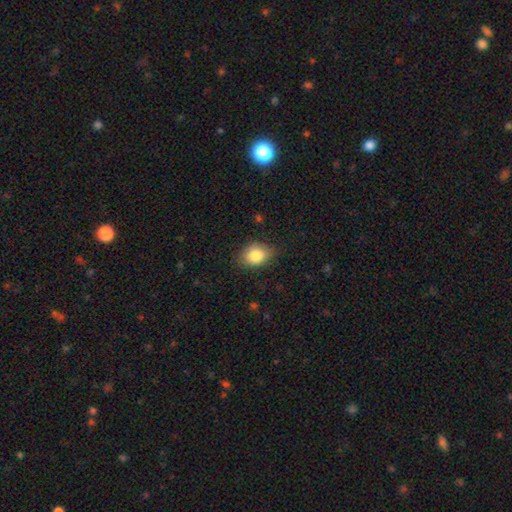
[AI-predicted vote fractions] Smooth or featured? Predicted: smooth (p=0.84). How rounded? Predicted: in between (p=0.68). Merging? Predicted: none (p=0.78).